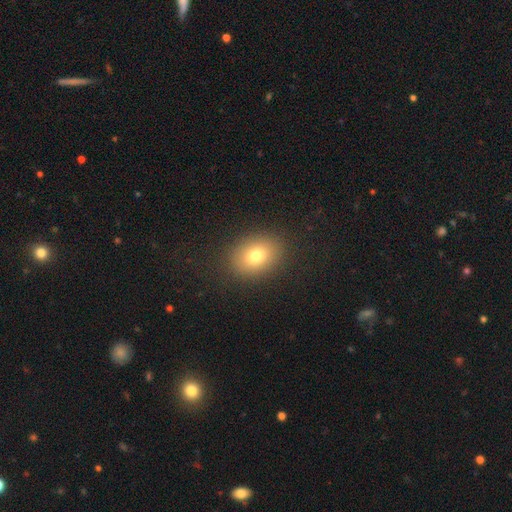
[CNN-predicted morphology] Overall: smooth (78%). How rounded: in between (65%; round 33%). Merging: none (88%).